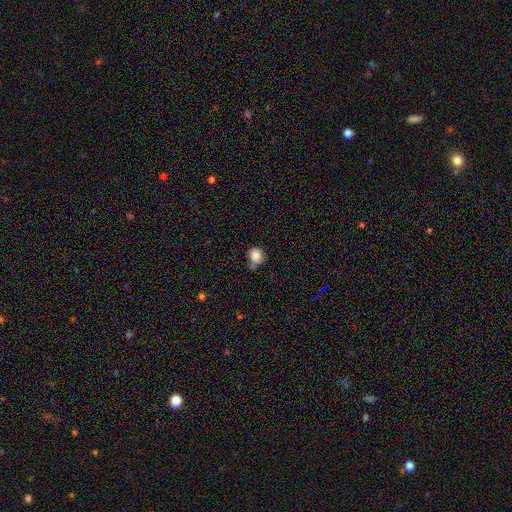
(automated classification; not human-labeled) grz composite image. It shows a smooth galaxy with no disk features (86%) that is round (84%). Merging: none (60%).